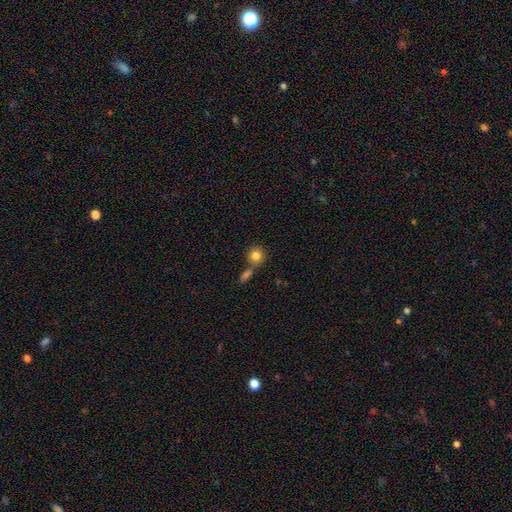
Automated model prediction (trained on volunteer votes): smooth_or_featured: smooth (p=0.84) [alt: star or artifact p=0.09]
how_rounded: round (p=0.87) [alt: in between p=0.12]
merging: none (p=0.62) [alt: merger p=0.25]